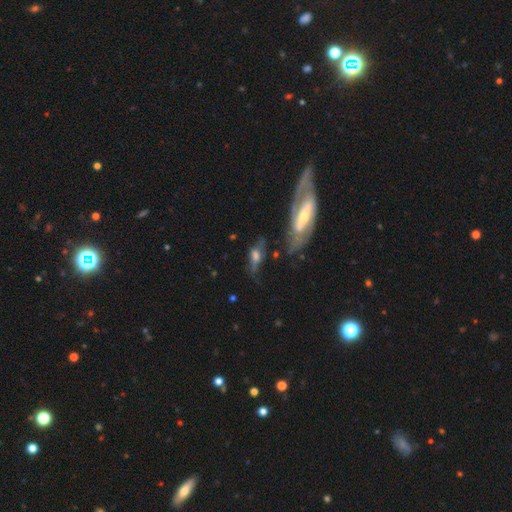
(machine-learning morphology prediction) Q: Smooth or featured?
A: featured or disk (54%); runner-up: smooth (35%)
Q: Edge-on disk?
A: no (56%); runner-up: yes (44%)
Q: Merging?
A: none (44%); runner-up: minor disturbance (24%)